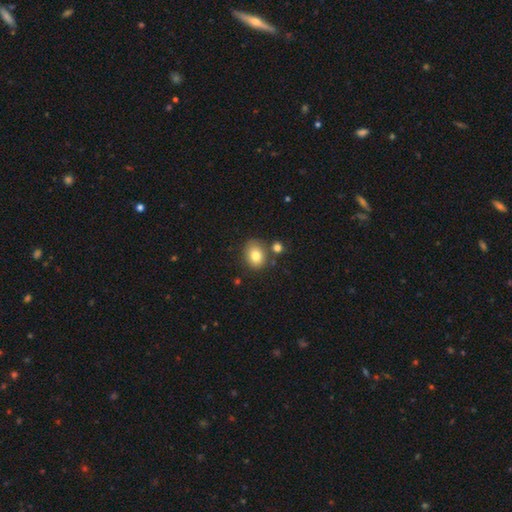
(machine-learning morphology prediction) The model was most divided on "how rounded": round: 53%, in between: 47%, cigar-shaped: 1%. More confident: smooth or featured — smooth (80%); merging — none (73%).